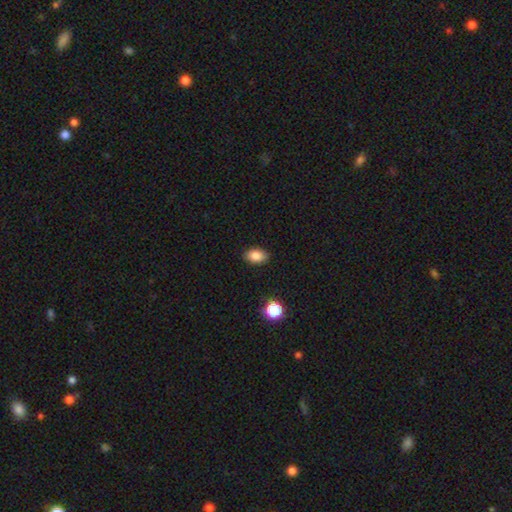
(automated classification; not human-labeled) smooth-or-featured: smooth: 85% | star or artifact: 10% | featured or disk: 5%
  how-rounded: in between: 85% | round: 13% | cigar-shaped: 1%
  merging: none: 87% | minor disturbance: 9% | major disturbance: 2% | merger: 1%